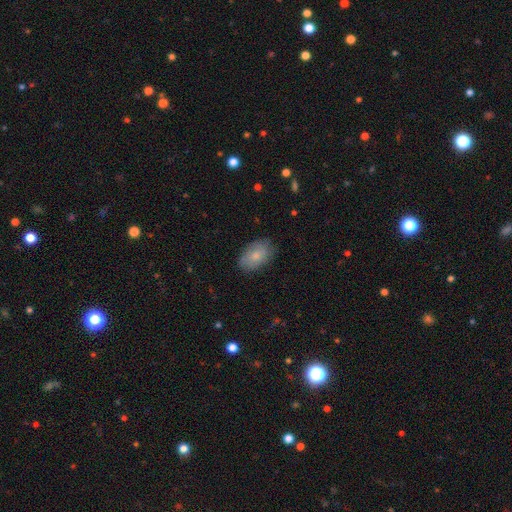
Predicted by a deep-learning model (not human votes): This is likely a smooth galaxy (70%). How rounded: clearly in between (90%). Merging: likely none (77%).